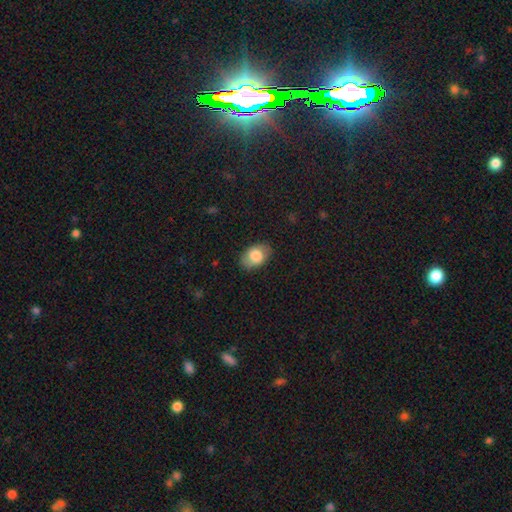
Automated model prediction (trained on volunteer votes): smooth 77%, featured or disk 16%, star or artifact 7%. Down the decision tree: how rounded — in between (86%); merging — none (83%).